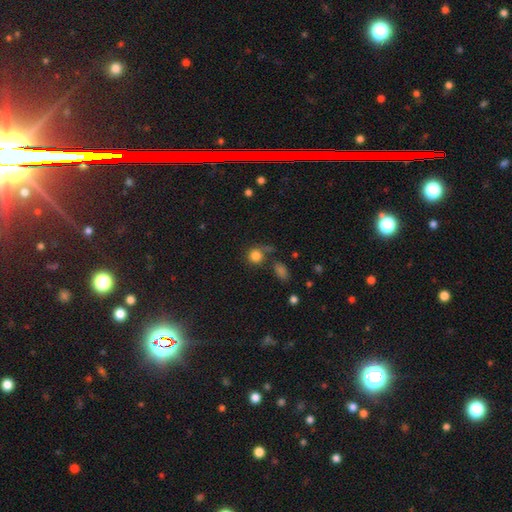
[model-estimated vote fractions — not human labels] This is clearly a smooth galaxy (82%). How rounded: clearly round (87%). Merging: likely none (64%).